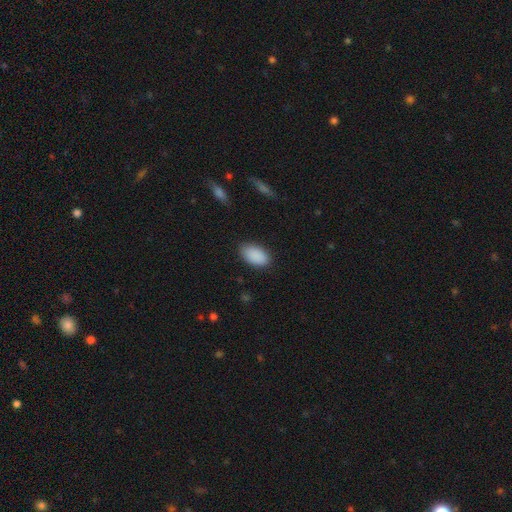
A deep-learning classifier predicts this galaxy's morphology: The model was most divided on "merging": none: 86%, minor disturbance: 11%, major disturbance: 3%, merger: 1%. More confident: how rounded — in between (94%); smooth or featured — smooth (90%).